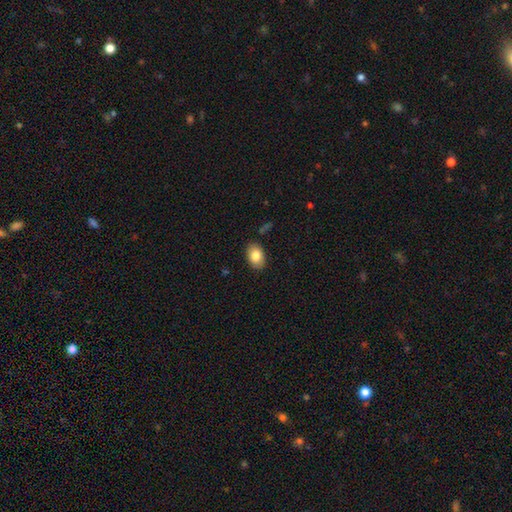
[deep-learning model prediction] Smooth or featured? smooth (82%)
How rounded? in between (85%)
Merging? none (86%)